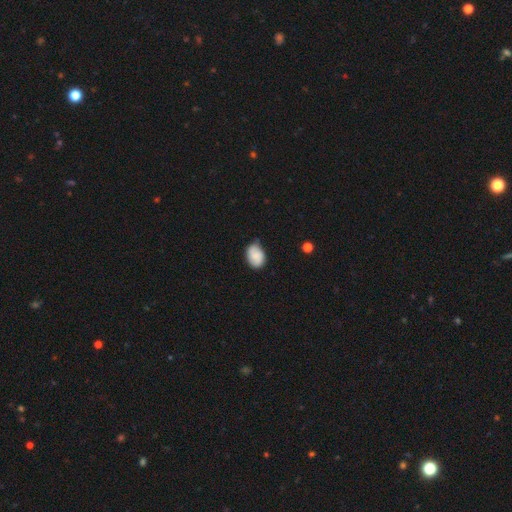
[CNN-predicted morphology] smooth-or-featured: smooth: 75% | featured or disk: 17% | star or artifact: 8%
  how-rounded: in between: 77% | round: 21% | cigar-shaped: 1%
  merging: none: 60% | minor disturbance: 32% | major disturbance: 6% | merger: 2%